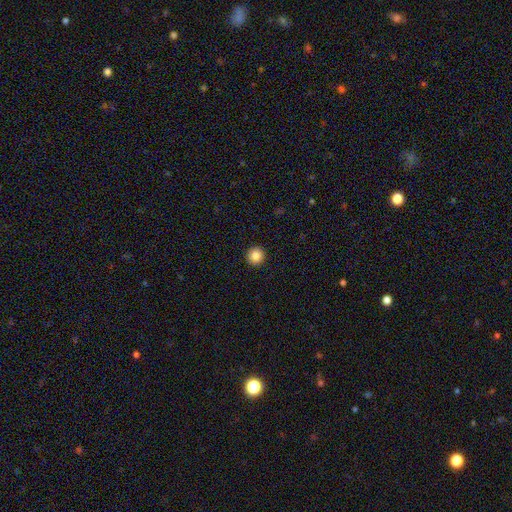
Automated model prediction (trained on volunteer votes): smooth 86%, star or artifact 9%, featured or disk 5%. Down the decision tree: how rounded — round (95%); merging — none (93%).